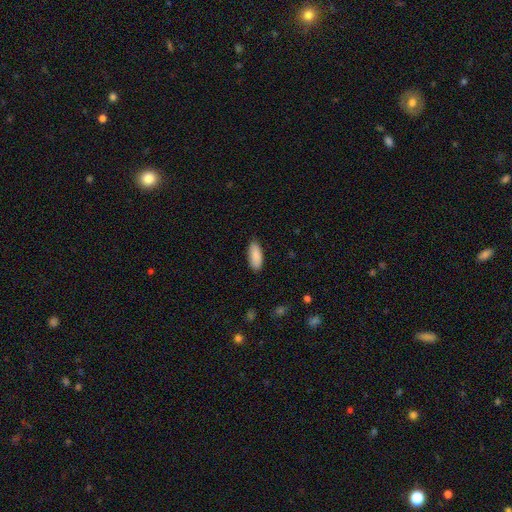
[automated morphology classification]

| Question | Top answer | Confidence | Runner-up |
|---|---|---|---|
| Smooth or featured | smooth | 88% | star or artifact (6%) |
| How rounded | in between | 82% | cigar-shaped (17%) |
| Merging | none | 87% | minor disturbance (10%) |